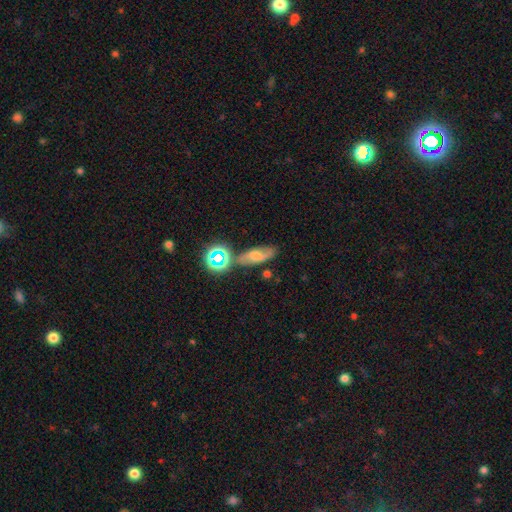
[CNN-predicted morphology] This is marginally a smooth galaxy (44%). Merging: likely none (68%).